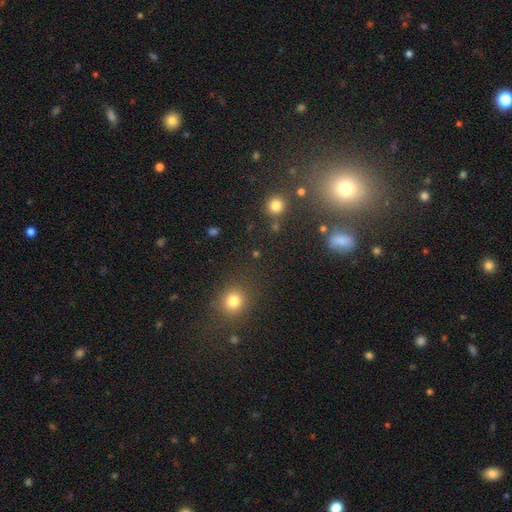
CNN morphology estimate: A smooth galaxy with no disk features (58%) that is round (80%). Merging: none (82%).